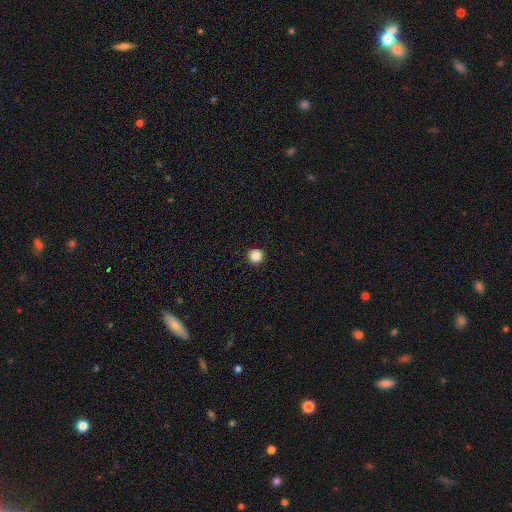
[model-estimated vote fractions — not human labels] smooth_or_featured: smooth (p=0.87) [alt: star or artifact p=0.11]
how_rounded: round (p=0.96) [alt: in between p=0.03]
merging: none (p=0.93) [alt: minor disturbance p=0.04]